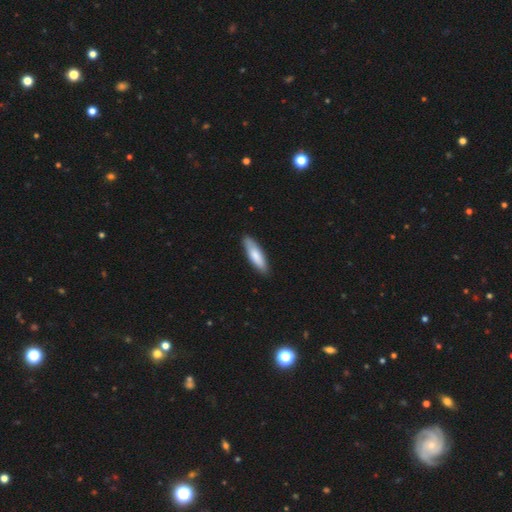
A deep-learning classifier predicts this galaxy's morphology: Smooth or featured?
  - smooth: 78% *
  - featured or disk: 17%
  - star or artifact: 5%
How rounded?
  - cigar-shaped: 62% *
  - in between: 37%
  - round: 1%
Merging?
  - none: 87% *
  - minor disturbance: 10%
  - major disturbance: 2%
  - merger: 1%